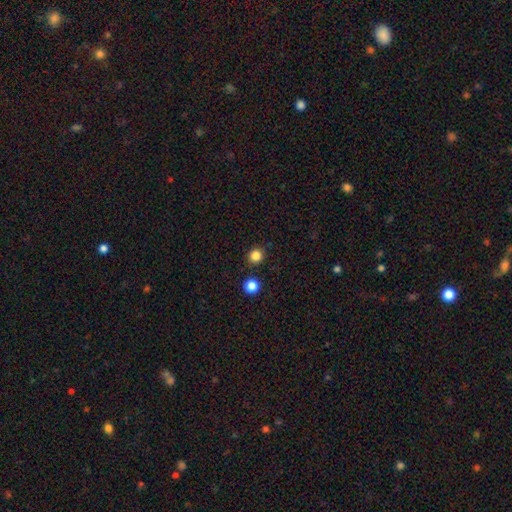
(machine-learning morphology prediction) A smooth galaxy with no disk features (84%) that is round (92%). Merging: none (88%).